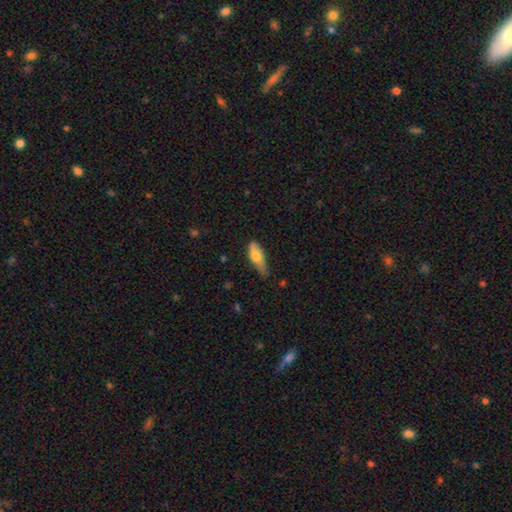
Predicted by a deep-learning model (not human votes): The model was most divided on "how rounded": in between: 51%, cigar-shaped: 46%, round: 3%. More confident: smooth or featured — smooth (66%); merging — none (51%).